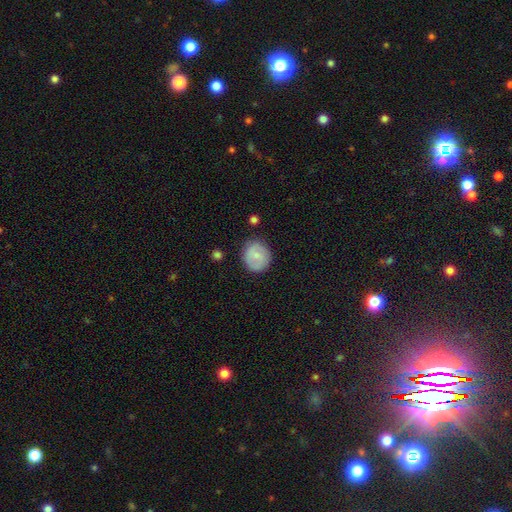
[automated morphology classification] This is likely a smooth galaxy (71%). How rounded: likely round (79%). Merging: clearly none (82%).